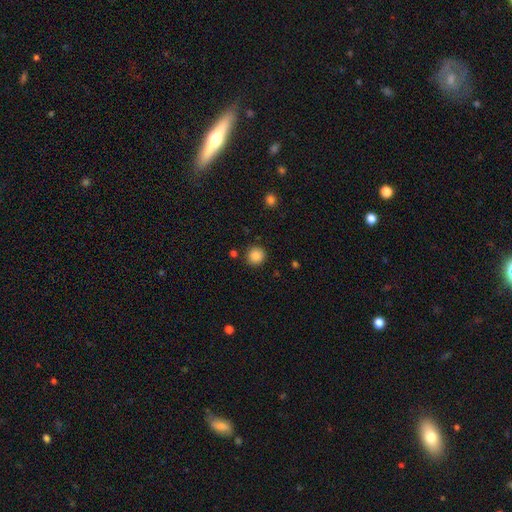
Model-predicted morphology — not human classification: The model was most divided on "smooth or featured": smooth: 86%, star or artifact: 10%, featured or disk: 4%. More confident: how rounded — round (93%); merging — none (90%).